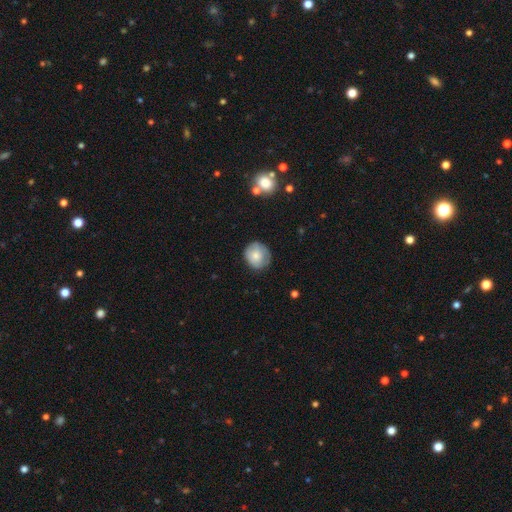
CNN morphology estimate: Overall: smooth (71%). How rounded: round (81%). Merging: none (74%).